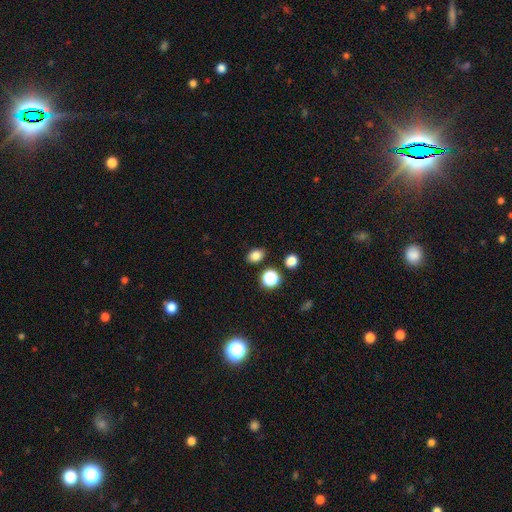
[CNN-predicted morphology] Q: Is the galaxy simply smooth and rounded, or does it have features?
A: smooth — 82%.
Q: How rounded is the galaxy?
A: in between — 66%.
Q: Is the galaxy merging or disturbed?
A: none — 84%.